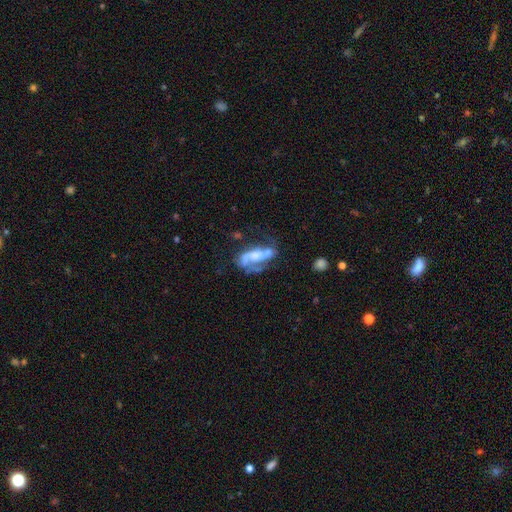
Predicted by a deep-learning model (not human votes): featured or disk 67%, smooth 24%, star or artifact 9%. Down the decision tree: edge-on disk — no (94%); bar — no (60%); spiral arms — yes (73%); bulge size — moderate (35%); merging — none (32%).